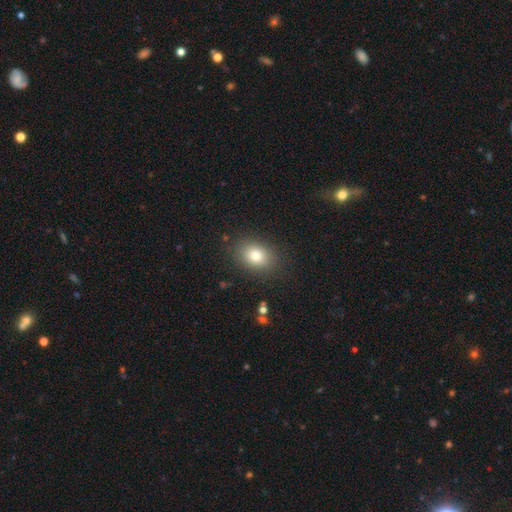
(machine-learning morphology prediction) A smooth galaxy with no disk features (79%) that is in between round and cigar-shaped (60%).

Vote fractions:
- Smooth or featured? smooth: 79% / star or artifact: 11% / featured or disk: 10%
- How rounded? in between: 60% / round: 39% / cigar-shaped: 1%
- Merging? none: 86% / minor disturbance: 9% / major disturbance: 3% / merger: 1%